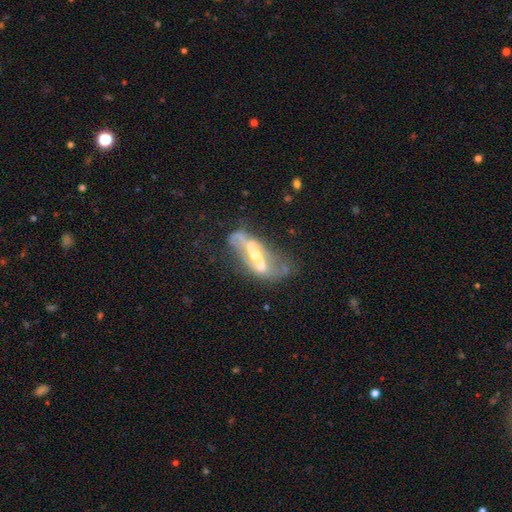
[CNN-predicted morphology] smooth-or-featured: featured or disk: 80% | smooth: 13% | star or artifact: 7%
  disk-edge-on: no: 75% | yes: 25%
    bar: strong: 60% | weak: 24% | no: 16%
    has-spiral-arms: yes: 63% | no: 37%
    bulge-size: moderate: 55% | small: 32% | large: 7% | none: 4% | dominant: 2%
  merging: none: 41% | major disturbance: 27% | minor disturbance: 22% | merger: 9%